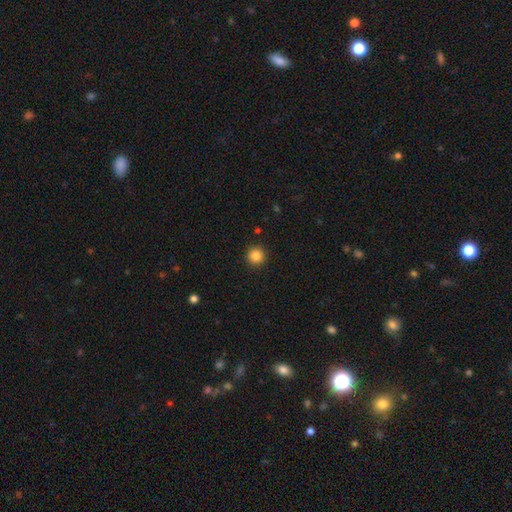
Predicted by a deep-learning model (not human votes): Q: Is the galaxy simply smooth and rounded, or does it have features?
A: smooth — 86%.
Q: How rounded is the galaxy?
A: round — 95%.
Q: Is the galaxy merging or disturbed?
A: none — 92%.